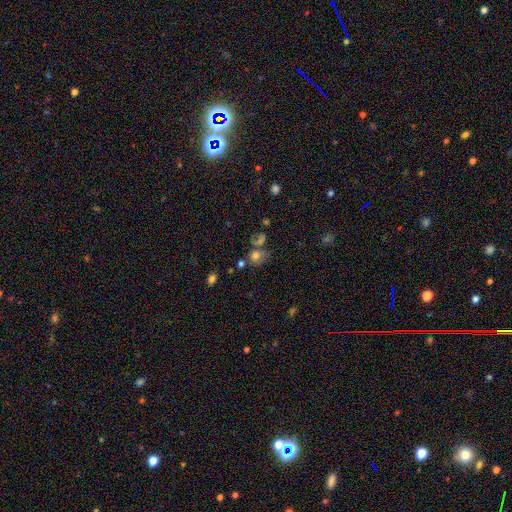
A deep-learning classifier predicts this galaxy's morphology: Smooth or featured? Predicted: smooth (p=0.70). How rounded? Predicted: round (p=0.62). Merging? Predicted: none (p=0.46).